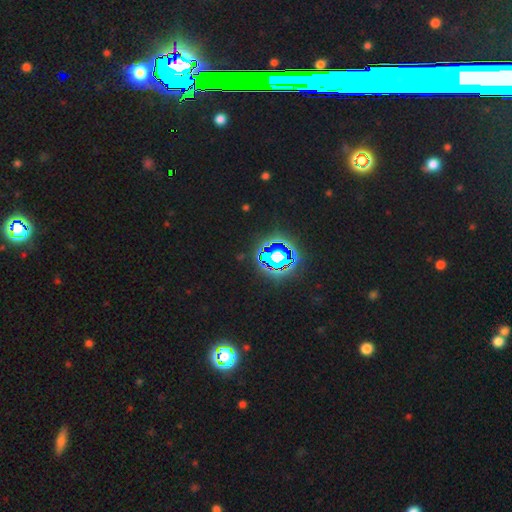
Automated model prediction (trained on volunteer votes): Q: Smooth or featured?
A: star or artifact (77%); runner-up: smooth (13%)